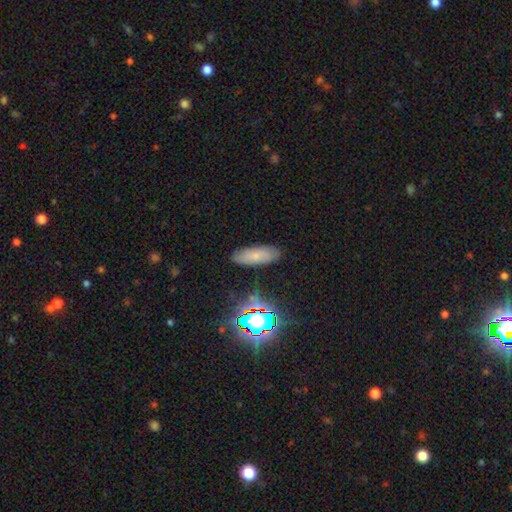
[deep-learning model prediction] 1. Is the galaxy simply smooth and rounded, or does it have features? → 65% smooth, 19% featured or disk, 16% star or artifact.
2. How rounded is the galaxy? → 69% in between, 28% cigar-shaped, 3% round.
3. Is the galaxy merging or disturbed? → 84% none, 12% minor disturbance, 3% major disturbance, 2% merger.